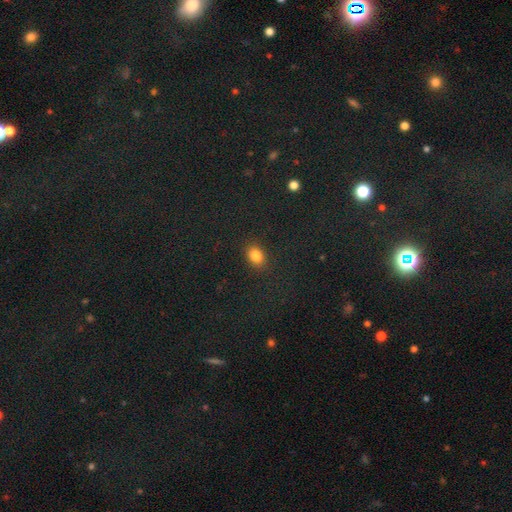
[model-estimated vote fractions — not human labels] Overall: smooth (83%). How rounded: in between (67%; round 32%). Merging: none (87%).